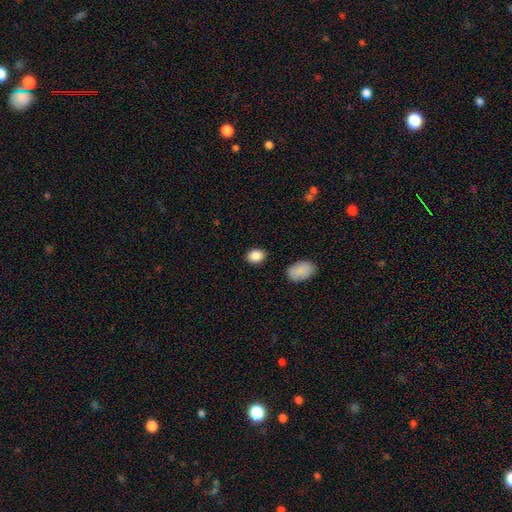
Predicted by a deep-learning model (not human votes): Smooth or featured? smooth (88%)
How rounded? in between (70%)
Merging? none (87%)